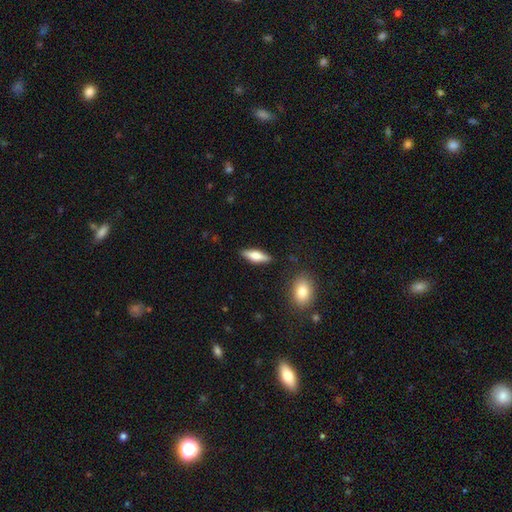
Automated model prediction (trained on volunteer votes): This is possibly a smooth galaxy (60%). How rounded: possibly cigar-shaped (51%). Merging: clearly none (86%).